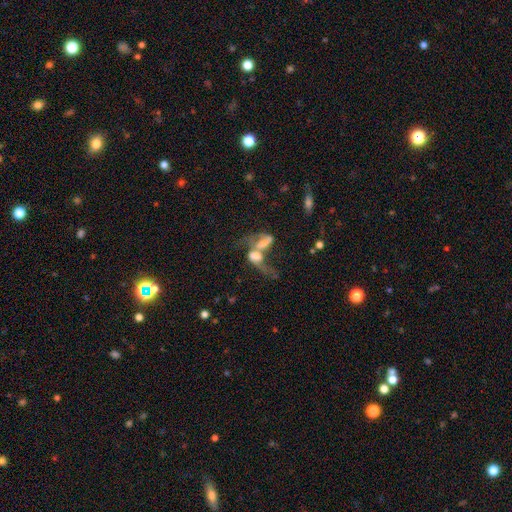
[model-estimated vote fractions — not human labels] Smooth or featured: featured or disk — 46% (smooth — 41%)
Merging: merger — 70% (major disturbance — 17%)